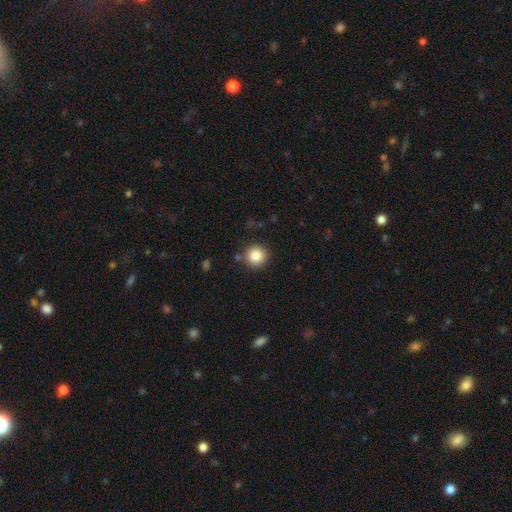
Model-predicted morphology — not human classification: A smooth galaxy with no disk features (86%) that is round (94%).

Vote fractions:
- Smooth or featured? smooth: 86% / star or artifact: 10% / featured or disk: 5%
- How rounded? round: 94% / in between: 5% / cigar-shaped: 1%
- Merging? none: 86% / minor disturbance: 8% / merger: 4% / major disturbance: 3%